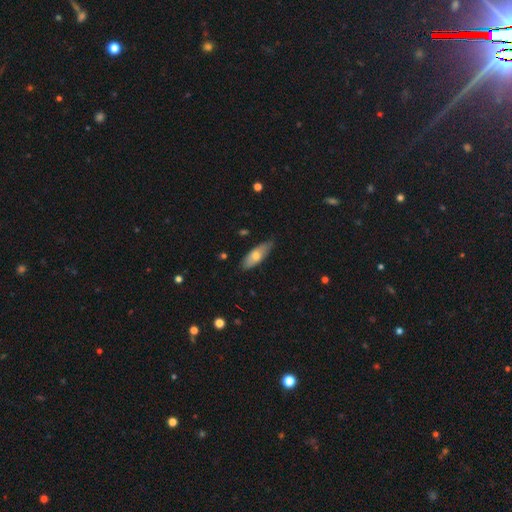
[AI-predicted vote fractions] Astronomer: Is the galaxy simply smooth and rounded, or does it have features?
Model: smooth — 68%.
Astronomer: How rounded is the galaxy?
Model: in between — 66%.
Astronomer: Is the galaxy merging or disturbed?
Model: none — 74%.